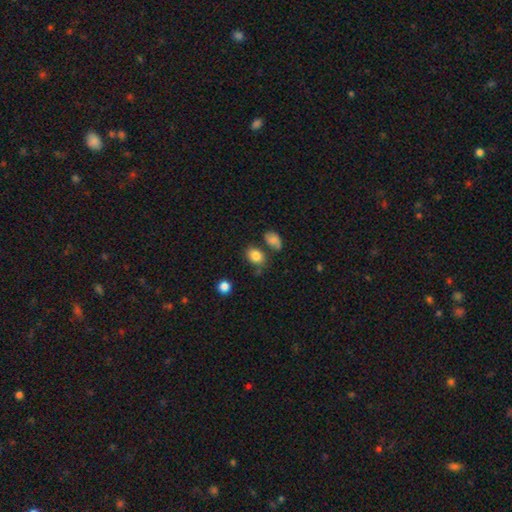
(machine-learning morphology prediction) This appears to be a smooth galaxy with no disk features (84%) that is in between round and cigar-shaped (68%). Merging: none (67%).